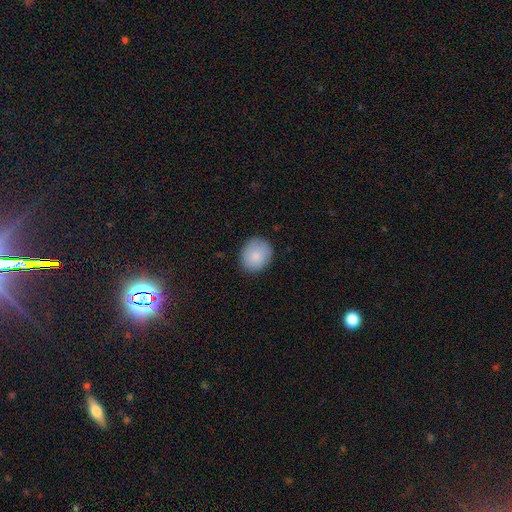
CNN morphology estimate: A smooth galaxy with no disk features (85%) that is round (73%).

Vote fractions:
- Smooth or featured? smooth: 85% / featured or disk: 7% / star or artifact: 7%
- How rounded? round: 73% / in between: 26% / cigar-shaped: 1%
- Merging? none: 86% / minor disturbance: 10% / major disturbance: 2% / merger: 1%